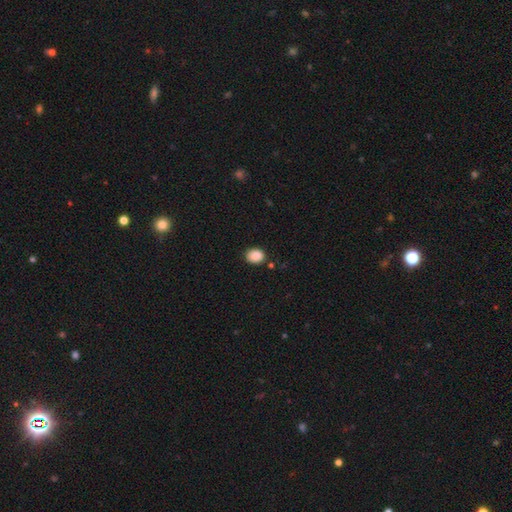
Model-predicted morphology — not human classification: This is clearly a smooth galaxy (88%). How rounded: possibly in between (55%). Merging: clearly none (83%).